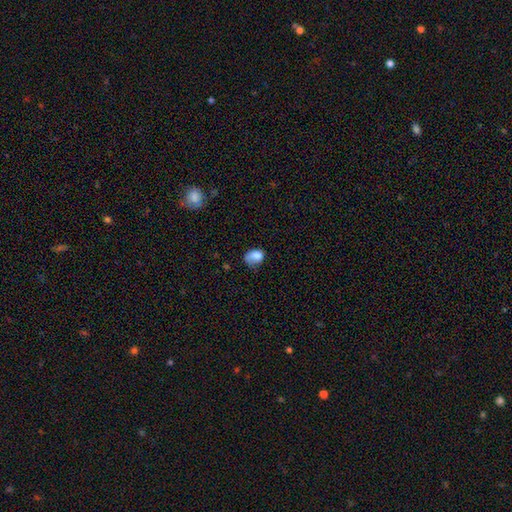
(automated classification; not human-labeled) The model was most divided on "merging": none: 42%, minor disturbance: 35%, major disturbance: 20%, merger: 4%. More confident: smooth or featured — smooth (79%); how rounded — in between (68%).